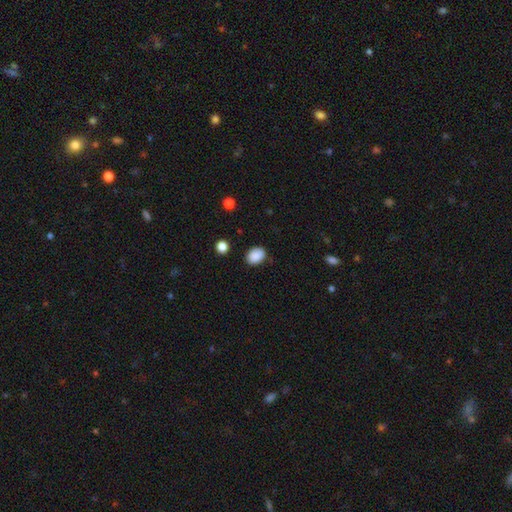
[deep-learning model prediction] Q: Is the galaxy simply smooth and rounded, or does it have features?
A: smooth — 89%.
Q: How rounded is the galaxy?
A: in between — 69%.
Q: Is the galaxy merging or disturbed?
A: none — 83%.